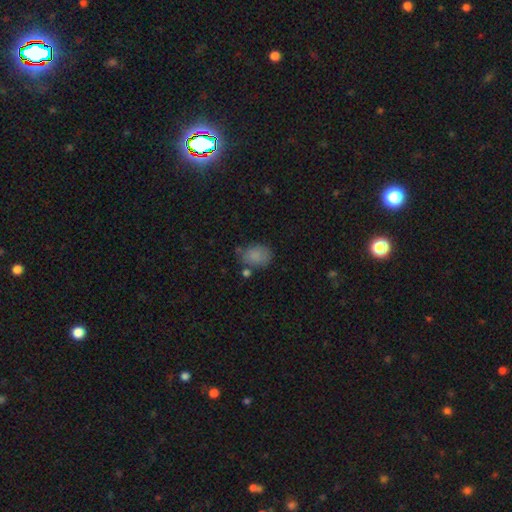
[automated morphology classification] Overall: smooth (83%). How rounded: in between (69%; round 30%). Merging: none (62%).